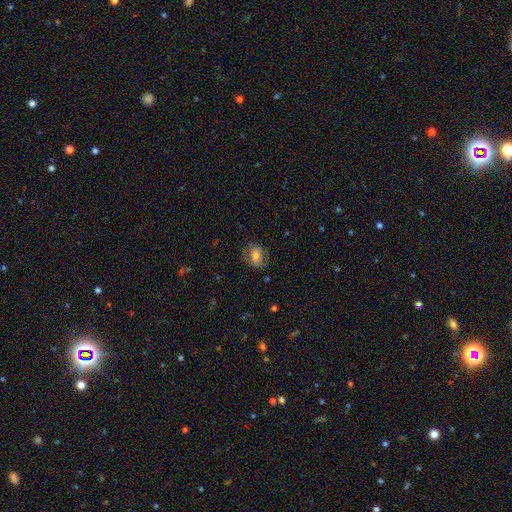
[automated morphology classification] type=smooth (68%); roundness=in between (57%); merging=none (76%).